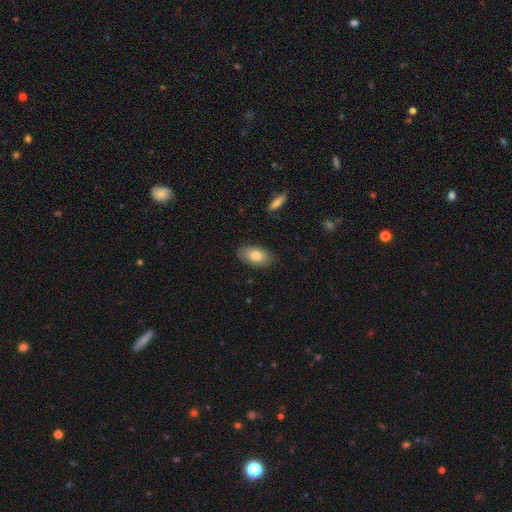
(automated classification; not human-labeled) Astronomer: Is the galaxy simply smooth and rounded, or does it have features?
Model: smooth — 78%.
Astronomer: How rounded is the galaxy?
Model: in between — 93%.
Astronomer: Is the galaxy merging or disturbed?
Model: none — 84%.